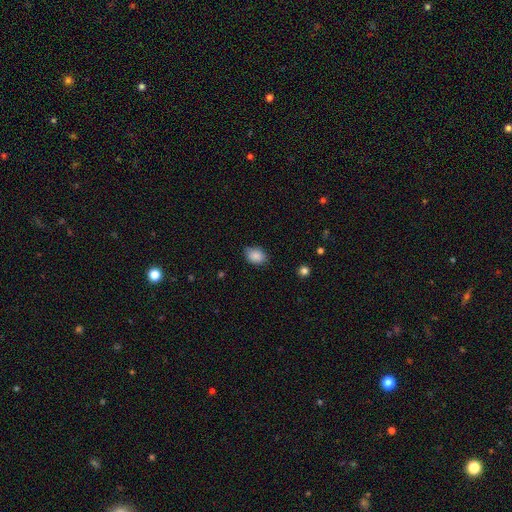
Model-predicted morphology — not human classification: Smooth or featured? smooth (86%)
How rounded? in between (65%)
Merging? none (73%)